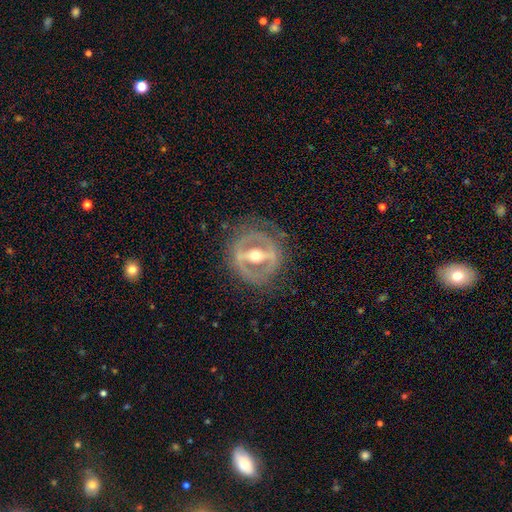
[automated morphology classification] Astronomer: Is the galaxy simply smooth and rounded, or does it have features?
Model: featured or disk — 83%.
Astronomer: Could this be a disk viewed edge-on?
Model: no — 84%.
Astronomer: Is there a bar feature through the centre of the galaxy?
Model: strong — 76%.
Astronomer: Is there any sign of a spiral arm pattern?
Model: no — 70%.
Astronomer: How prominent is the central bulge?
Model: moderate — 75%.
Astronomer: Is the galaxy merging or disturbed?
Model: none — 77%.